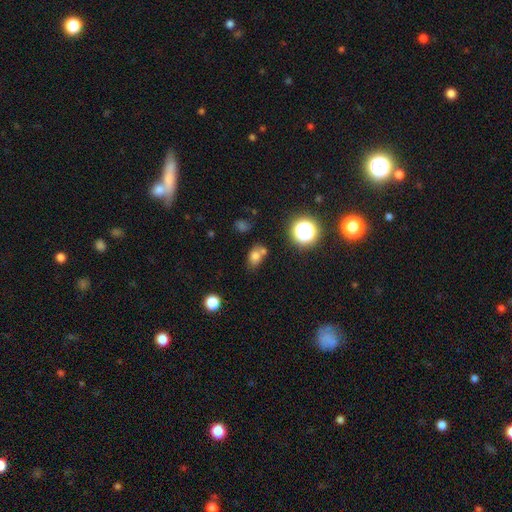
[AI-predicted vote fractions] Morphology: type=smooth (73%); roundness=in between (65%); merging=none (52%).